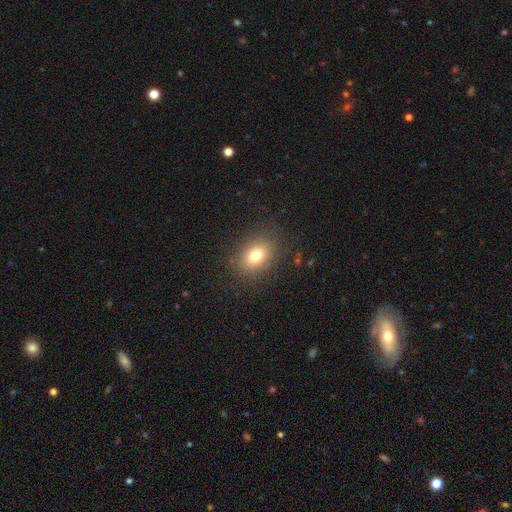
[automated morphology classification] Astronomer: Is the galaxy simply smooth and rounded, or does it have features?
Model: smooth — 77%.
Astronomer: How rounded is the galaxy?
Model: in between — 69%.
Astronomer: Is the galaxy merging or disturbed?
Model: none — 85%.